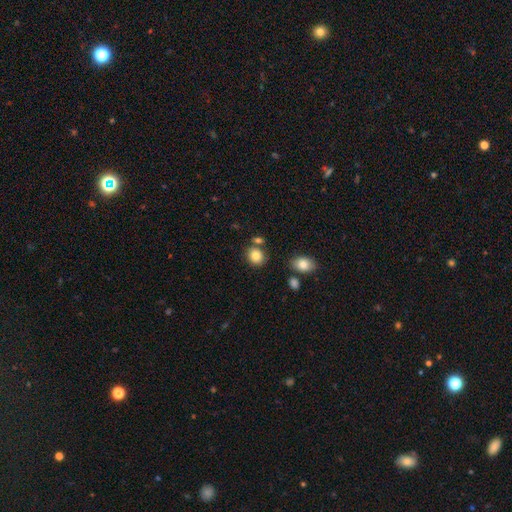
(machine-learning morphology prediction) Smooth or featured?
  - smooth: 83% *
  - star or artifact: 9%
  - featured or disk: 7%
How rounded?
  - round: 68% *
  - in between: 31%
  - cigar-shaped: 1%
Merging?
  - none: 73% *
  - minor disturbance: 12%
  - merger: 11%
  - major disturbance: 3%